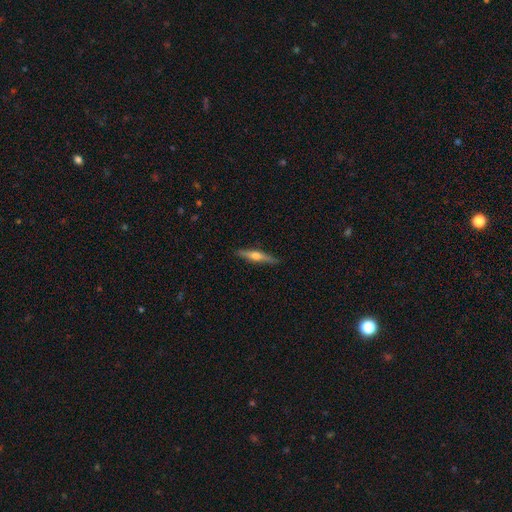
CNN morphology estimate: A featured or disk galaxy (58%) viewed edge-on (96%) with a rounded central bulge (90%).

Vote fractions:
- Smooth or featured? featured or disk: 58% / smooth: 36% / star or artifact: 6%
- Edge-on disk? yes: 96% / no: 4%
- Edge-on bulge? rounded: 90% / none: 6% / boxy: 5%
- Merging? none: 89% / minor disturbance: 8% / major disturbance: 2% / merger: 1%